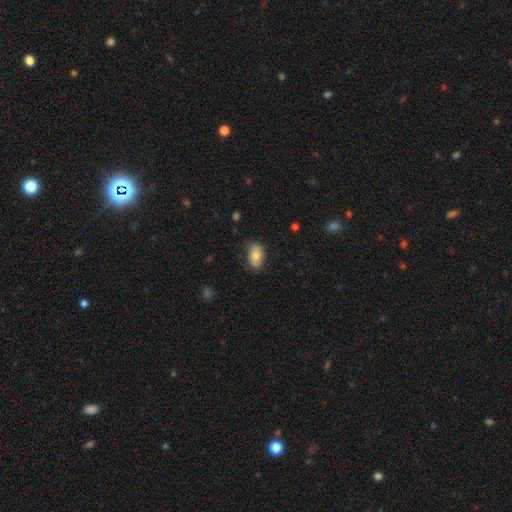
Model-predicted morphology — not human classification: smooth_or_featured: smooth (p=0.70) [alt: featured or disk p=0.23]
how_rounded: in between (p=0.88) [alt: round p=0.10]
merging: none (p=0.73) [alt: minor disturbance p=0.21]